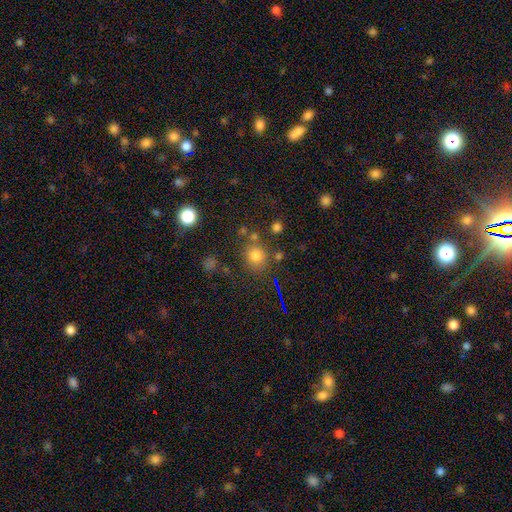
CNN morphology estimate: A smooth galaxy with no disk features (73%) that is round (83%).

Vote fractions:
- Smooth or featured? smooth: 73% / star or artifact: 20% / featured or disk: 7%
- How rounded? round: 83% / in between: 15% / cigar-shaped: 1%
- Merging? none: 73% / minor disturbance: 12% / merger: 10% / major disturbance: 5%